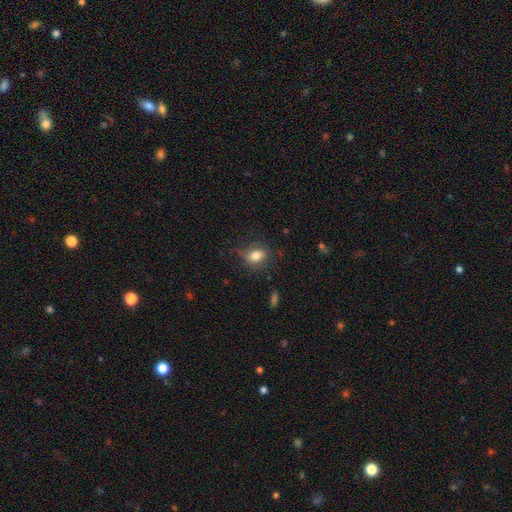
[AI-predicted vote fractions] smooth_or_featured: smooth (p=0.77) [alt: featured or disk p=0.13]
how_rounded: in between (p=0.59) [alt: round p=0.39]
merging: none (p=0.68) [alt: minor disturbance p=0.21]